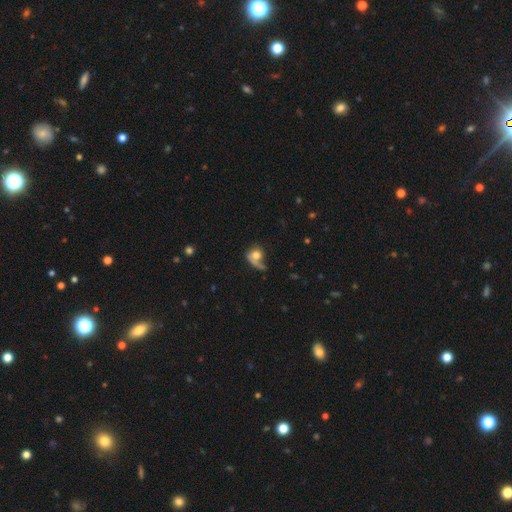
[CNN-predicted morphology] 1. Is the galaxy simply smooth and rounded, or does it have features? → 58% smooth, 31% featured or disk, 10% star or artifact.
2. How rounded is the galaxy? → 67% round, 30% in between, 3% cigar-shaped.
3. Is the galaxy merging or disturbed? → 35% major disturbance, 33% none, 17% minor disturbance, 15% merger.